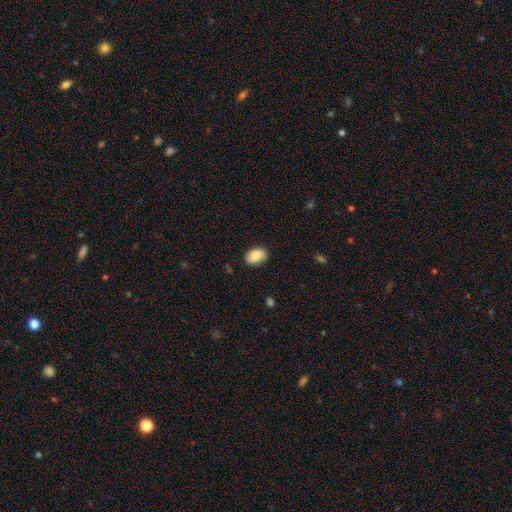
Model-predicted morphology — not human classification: Q: Smooth or featured?
A: smooth (86%); runner-up: featured or disk (7%)
Q: How rounded?
A: in between (84%); runner-up: round (15%)
Q: Merging?
A: none (86%); runner-up: minor disturbance (11%)